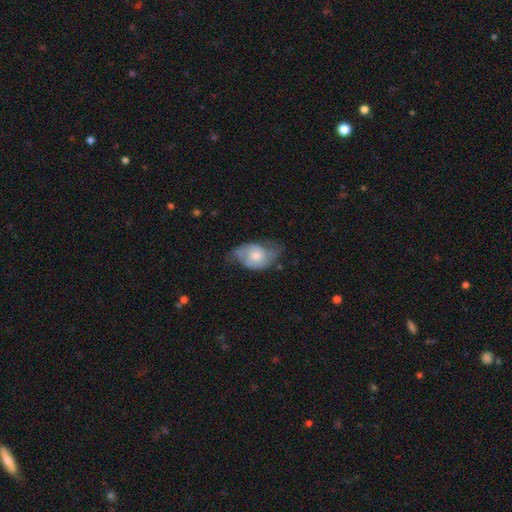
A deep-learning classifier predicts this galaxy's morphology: smooth_or_featured: featured or disk (p=0.53) [alt: smooth p=0.41]
disk_edge_on: no (p=0.95) [alt: yes p=0.05]
bar: no (p=0.73) [alt: weak p=0.23]
has_spiral_arms: yes (p=0.75) [alt: no p=0.25]
bulge_size: moderate (p=0.53) [alt: small p=0.28]
merging: none (p=0.40) [alt: minor disturbance p=0.36]